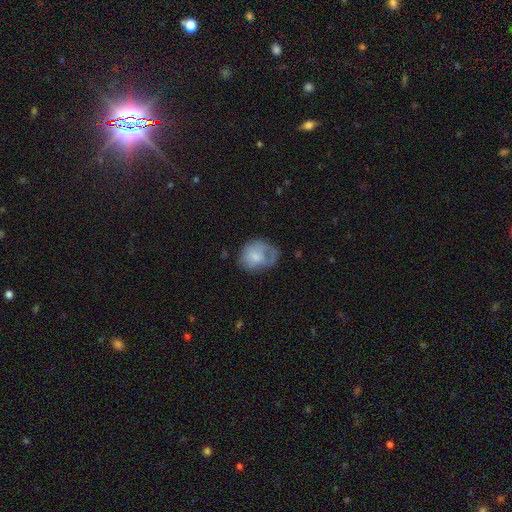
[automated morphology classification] Smooth or featured? Predicted: smooth (p=0.62). How rounded? Predicted: in between (p=0.50). Merging? Predicted: none (p=0.35).